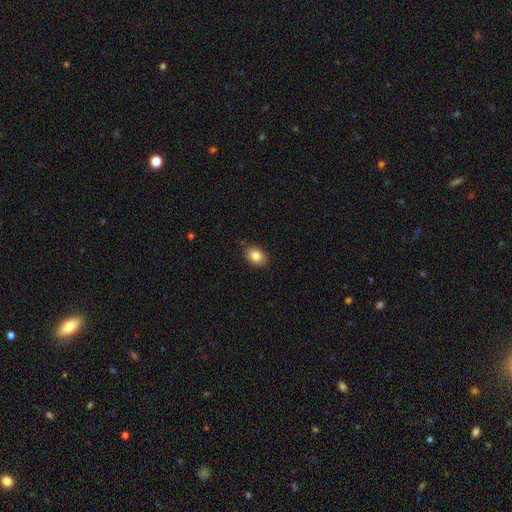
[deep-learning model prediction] smooth 85%, star or artifact 9%, featured or disk 7%. Down the decision tree: how rounded — in between (68%); merging — none (85%).